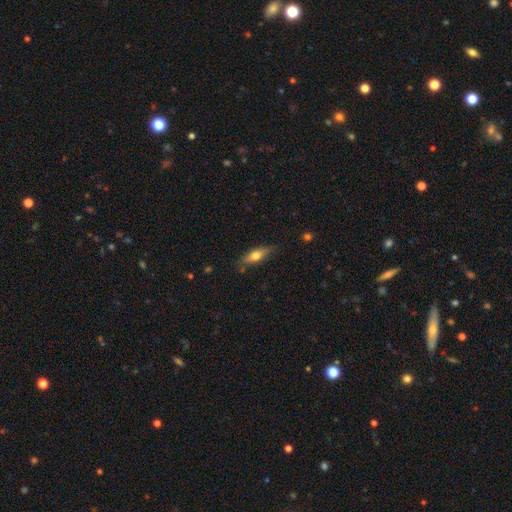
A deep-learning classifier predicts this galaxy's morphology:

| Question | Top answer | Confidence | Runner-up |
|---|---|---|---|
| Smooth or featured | smooth | 65% | featured or disk (28%) |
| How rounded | in between | 54% | cigar-shaped (43%) |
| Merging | none | 77% | minor disturbance (17%) |